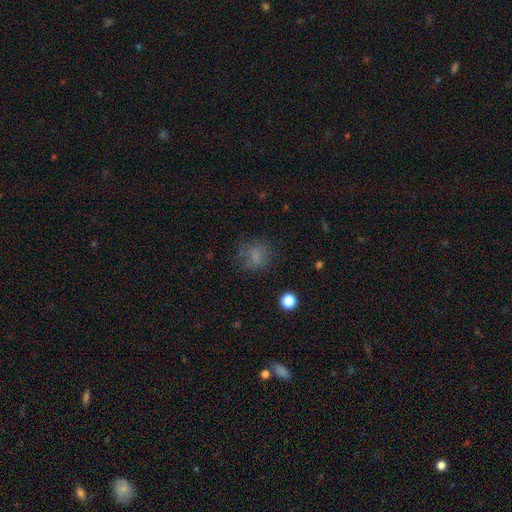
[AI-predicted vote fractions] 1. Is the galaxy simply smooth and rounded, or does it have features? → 71% smooth, 16% star or artifact, 13% featured or disk.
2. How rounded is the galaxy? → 69% round, 30% in between, 1% cigar-shaped.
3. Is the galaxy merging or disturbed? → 68% none, 18% minor disturbance, 13% major disturbance, 2% merger.